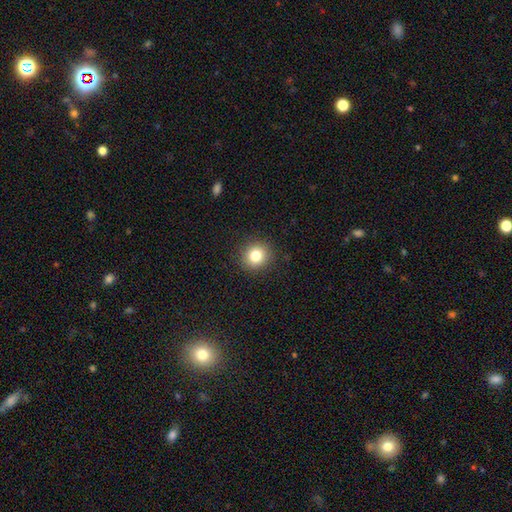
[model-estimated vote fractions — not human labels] Smooth or featured? smooth (81%)
How rounded? round (89%)
Merging? none (91%)